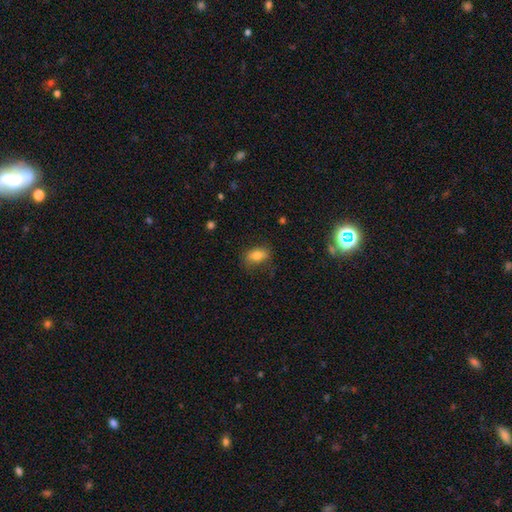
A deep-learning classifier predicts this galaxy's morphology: A smooth galaxy with no disk features (79%) that is in between round and cigar-shaped (86%). Merging: none (69%).